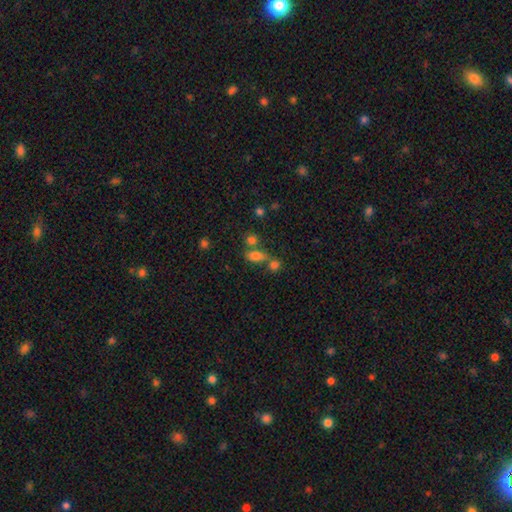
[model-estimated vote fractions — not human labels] This appears to be a smooth galaxy with no disk features (76%) that is in between round and cigar-shaped (77%). Merging: none (49%).